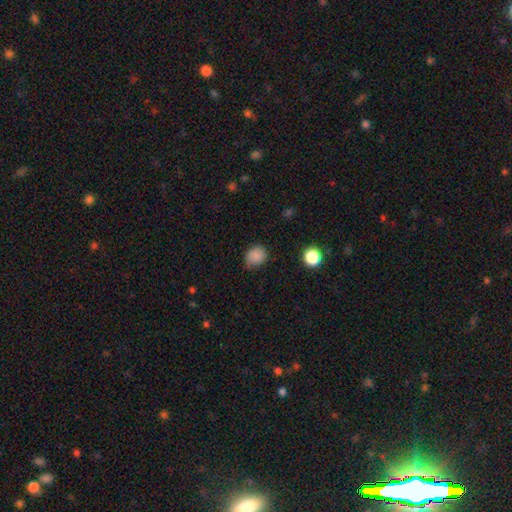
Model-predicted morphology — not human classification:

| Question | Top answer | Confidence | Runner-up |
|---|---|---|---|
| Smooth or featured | smooth | 84% | star or artifact (10%) |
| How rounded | round | 59% | in between (40%) |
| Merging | none | 64% | minor disturbance (29%) |